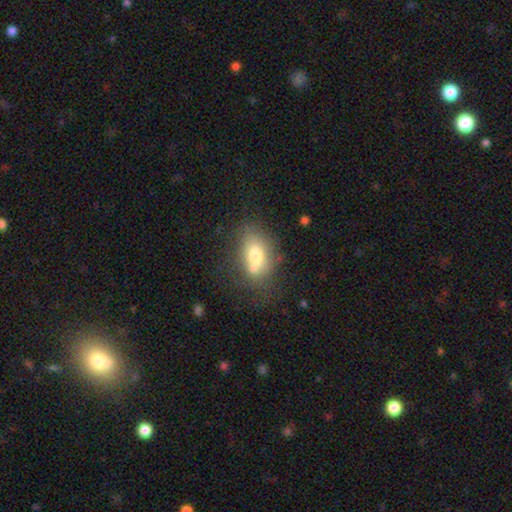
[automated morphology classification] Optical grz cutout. It shows a smooth galaxy with no disk features (69%) that is in between round and cigar-shaped (80%). Merging: none (45%).